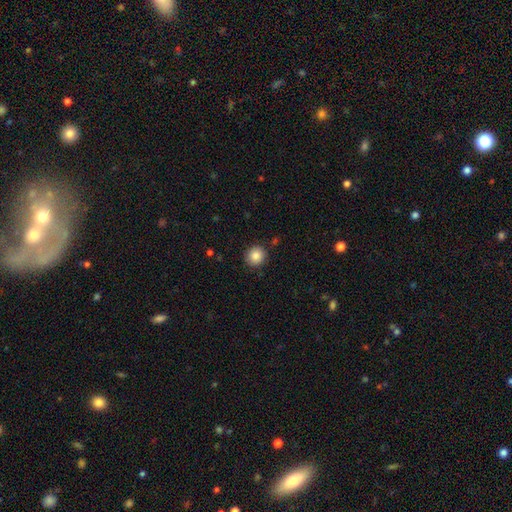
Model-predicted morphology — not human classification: A smooth galaxy with no disk features (85%) that is round (92%).

Vote fractions:
- Smooth or featured? smooth: 85% / star or artifact: 9% / featured or disk: 6%
- How rounded? round: 92% / in between: 7% / cigar-shaped: 1%
- Merging? none: 90% / minor disturbance: 7% / major disturbance: 2% / merger: 1%